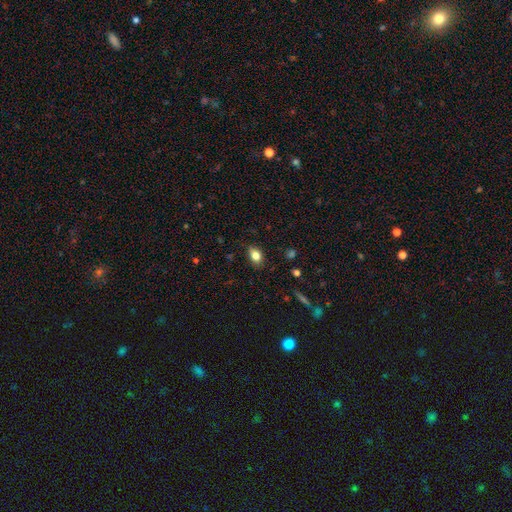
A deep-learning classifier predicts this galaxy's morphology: smooth-or-featured: smooth: 81% | star or artifact: 10% | featured or disk: 9%
  how-rounded: in between: 75% | round: 24% | cigar-shaped: 2%
  merging: none: 83% | minor disturbance: 13% | major disturbance: 3% | merger: 1%